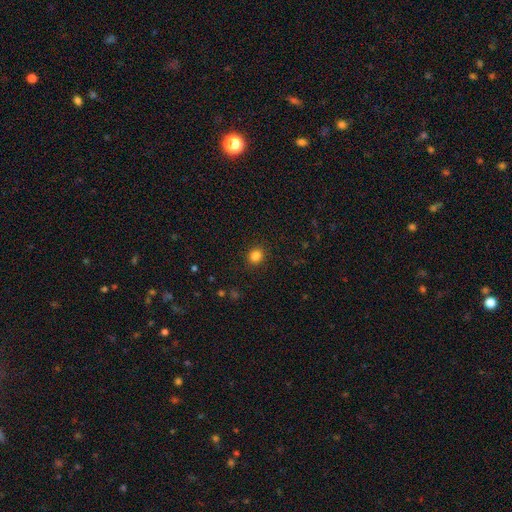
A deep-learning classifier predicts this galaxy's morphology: smooth 84%, star or artifact 12%, featured or disk 4%. Down the decision tree: how rounded — round (80%); merging — none (90%).